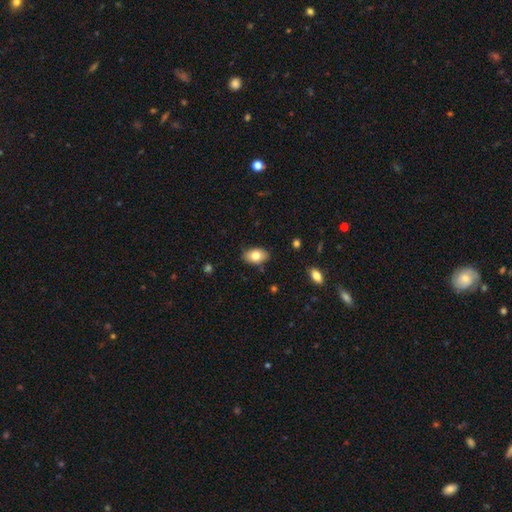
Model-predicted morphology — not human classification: Smooth or featured? Predicted: smooth (p=0.78). How rounded? Predicted: in between (p=0.89). Merging? Predicted: none (p=0.84).